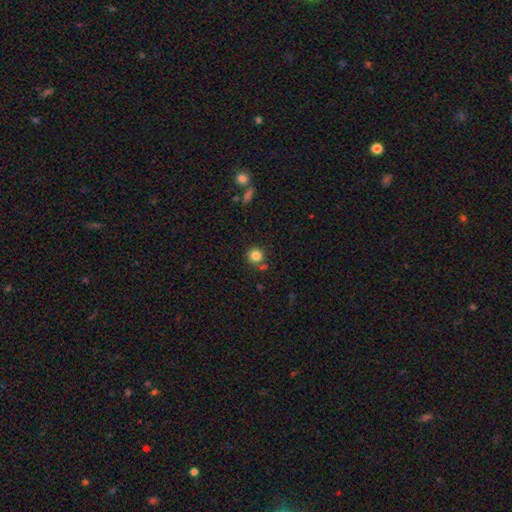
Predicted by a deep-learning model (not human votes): A smooth galaxy with no disk features (83%) that is round (91%).

Vote fractions:
- Smooth or featured? smooth: 83% / star or artifact: 11% / featured or disk: 5%
- How rounded? round: 91% / in between: 8% / cigar-shaped: 1%
- Merging? none: 77% / minor disturbance: 11% / merger: 9% / major disturbance: 3%